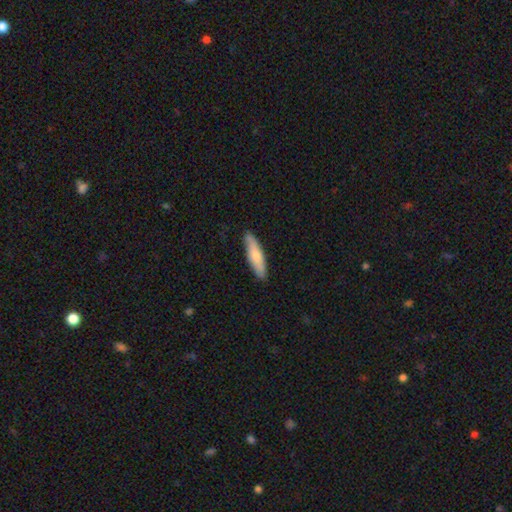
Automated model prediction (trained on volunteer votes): This is likely a smooth galaxy (71%). How rounded: likely cigar-shaped (72%). Merging: clearly none (86%).